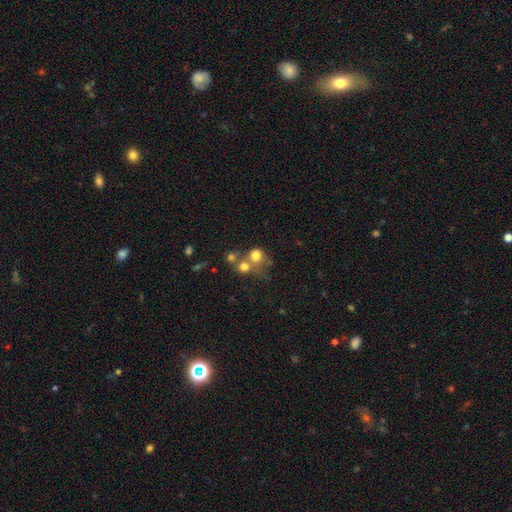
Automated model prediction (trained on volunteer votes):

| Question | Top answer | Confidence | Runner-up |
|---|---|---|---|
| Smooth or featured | smooth | 72% | star or artifact (14%) |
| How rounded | round | 80% | in between (19%) |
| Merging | merger | 48% | none (37%) |